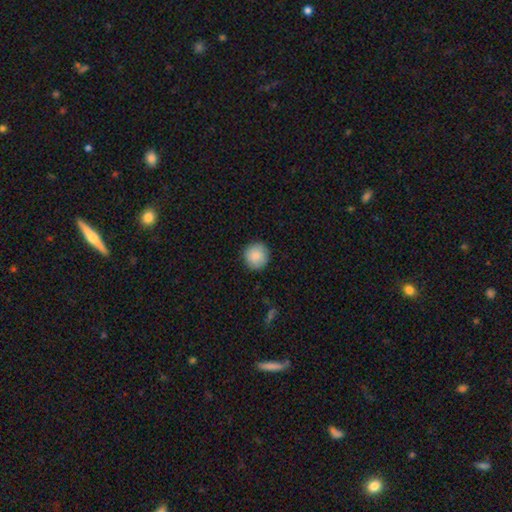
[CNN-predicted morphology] The model was most divided on "smooth or featured": smooth: 86%, star or artifact: 7%, featured or disk: 6%. More confident: how rounded — round (93%); merging — none (89%).